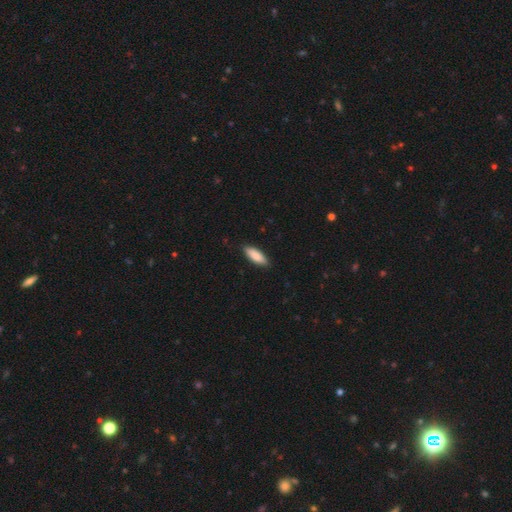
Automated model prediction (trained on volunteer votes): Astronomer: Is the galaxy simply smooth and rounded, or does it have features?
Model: smooth — 86%.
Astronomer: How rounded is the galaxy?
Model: in between — 62%.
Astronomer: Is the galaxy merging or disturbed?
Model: none — 88%.